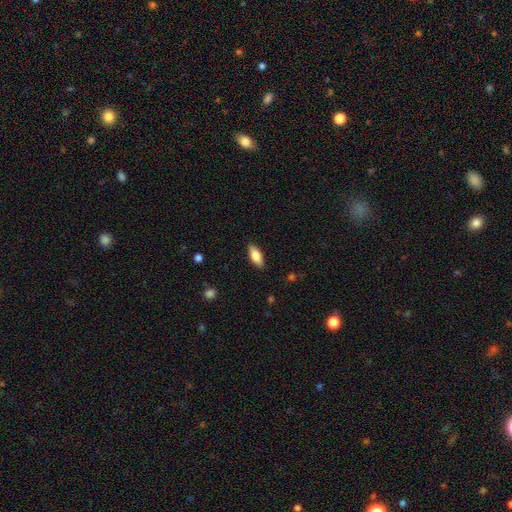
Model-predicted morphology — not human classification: Overall: smooth (79%). How rounded: in between (80%). Merging: none (87%).